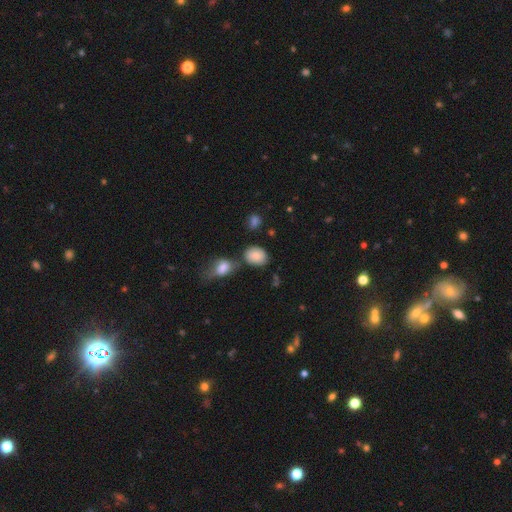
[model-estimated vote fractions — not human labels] smooth 80%, featured or disk 10%, star or artifact 9%. Down the decision tree: how rounded — in between (58%); merging — none (59%).